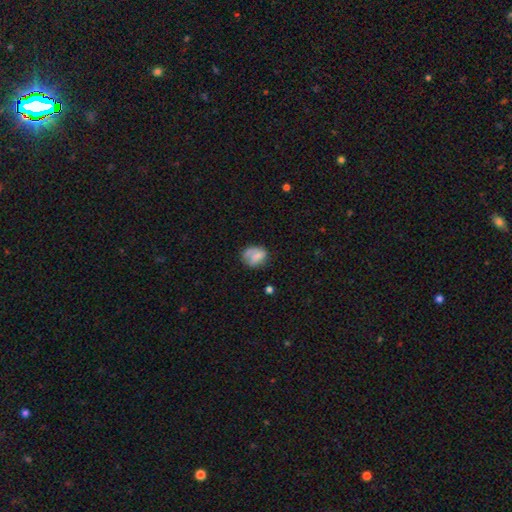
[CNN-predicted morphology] A smooth galaxy with no disk features (70%) that is round (51%). Merging: none (51%).